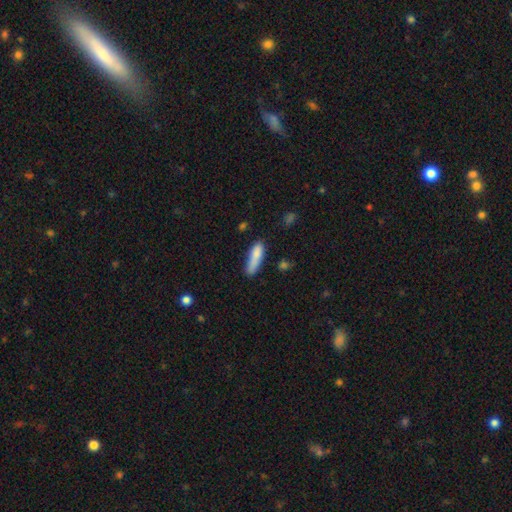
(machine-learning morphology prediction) A smooth galaxy with no disk features (82%) that is cigar-shaped (61%). Merging: none (56%).